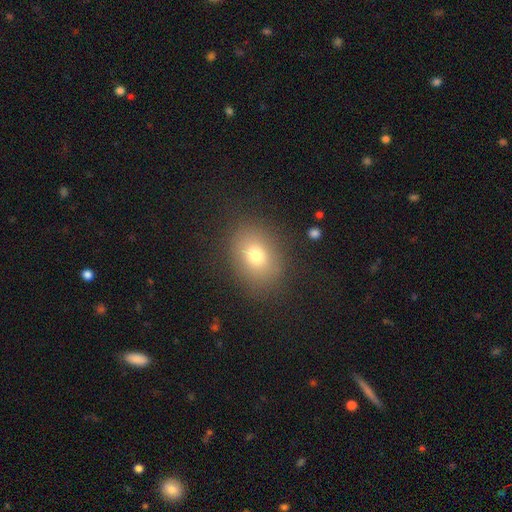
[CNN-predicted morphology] The model was most divided on "how rounded": in between: 66%, round: 33%, cigar-shaped: 1%. More confident: merging — none (84%); smooth or featured — smooth (75%).